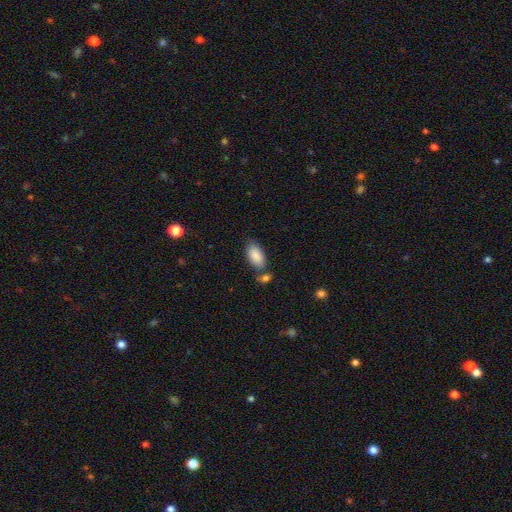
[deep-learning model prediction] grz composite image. It shows a smooth galaxy with no disk features (88%) that is in between round and cigar-shaped (94%). Merging: none (61%).